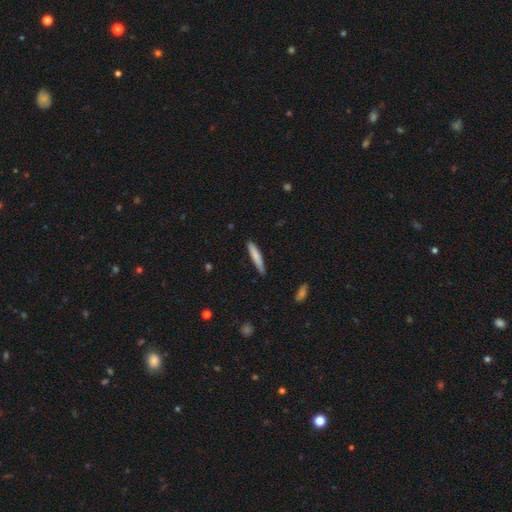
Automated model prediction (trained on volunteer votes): A smooth galaxy with no disk features (78%) that is cigar-shaped (91%). Merging: none (81%).